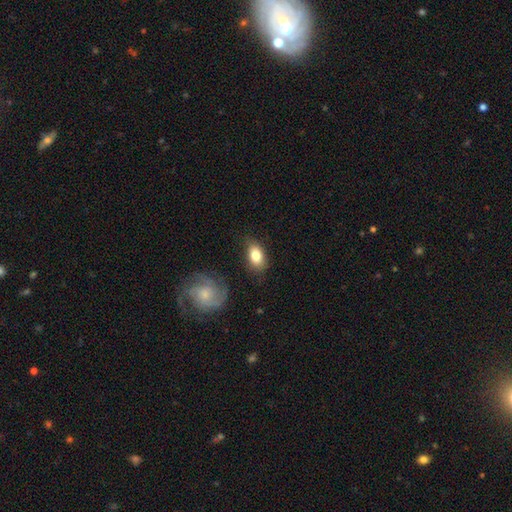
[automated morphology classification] type=smooth (80%); roundness=in between (88%); merging=none (77%).